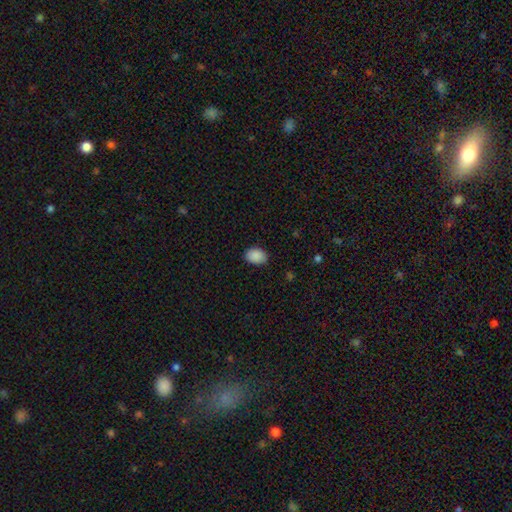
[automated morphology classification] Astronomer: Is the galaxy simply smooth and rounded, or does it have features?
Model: smooth — 90%.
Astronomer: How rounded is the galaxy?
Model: in between — 77%.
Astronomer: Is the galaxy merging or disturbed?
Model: none — 87%.